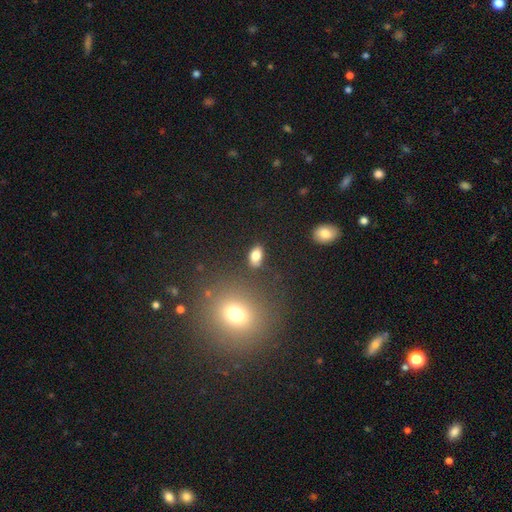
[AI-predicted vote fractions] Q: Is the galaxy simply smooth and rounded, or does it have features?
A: smooth — 81%.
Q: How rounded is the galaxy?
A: in between — 88%.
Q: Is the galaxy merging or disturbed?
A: none — 82%.